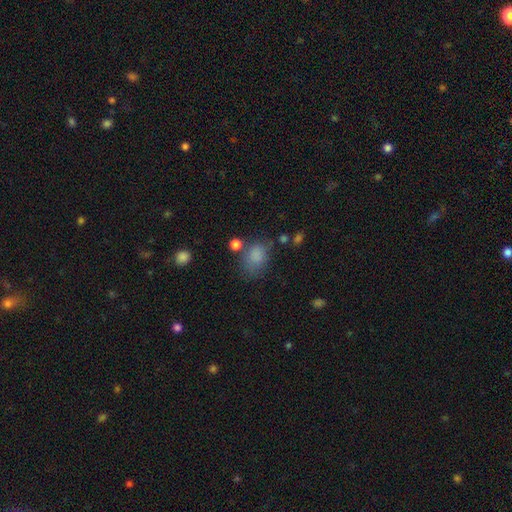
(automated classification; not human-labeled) Smooth or featured? smooth (80%)
How rounded? in between (63%)
Merging? none (55%)